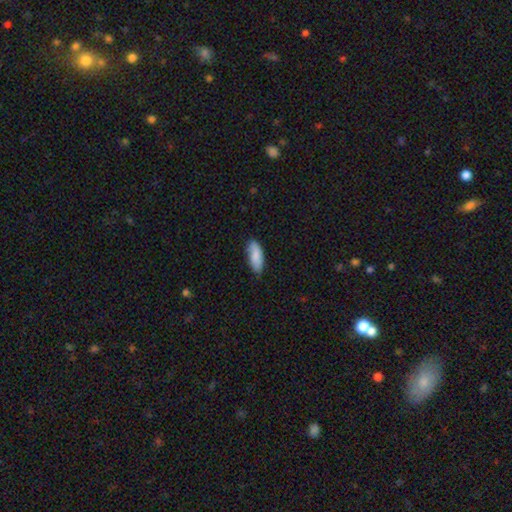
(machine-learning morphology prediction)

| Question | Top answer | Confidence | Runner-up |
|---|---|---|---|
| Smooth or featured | smooth | 83% | featured or disk (12%) |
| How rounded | in between | 80% | cigar-shaped (19%) |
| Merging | none | 74% | minor disturbance (21%) |